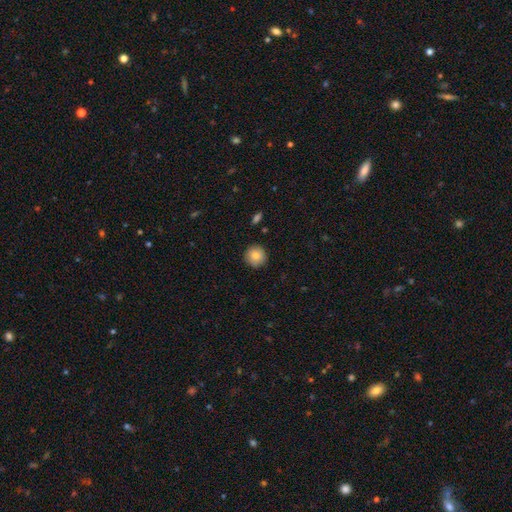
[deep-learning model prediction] A smooth galaxy with no disk features (84%) that is round (95%). Merging: none (91%).